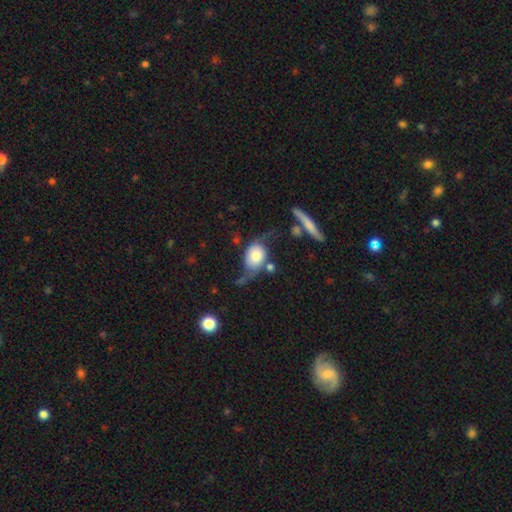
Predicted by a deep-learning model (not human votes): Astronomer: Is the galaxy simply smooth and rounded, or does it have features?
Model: smooth — 49% (runner-up: featured or disk, 43%).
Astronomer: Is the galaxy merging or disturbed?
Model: none — 35% (runner-up: minor disturbance, 28%).